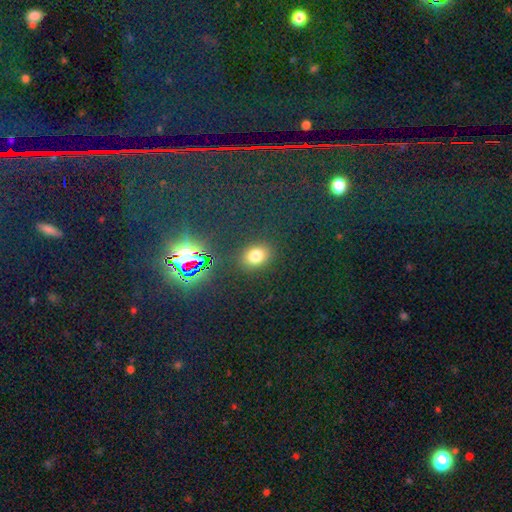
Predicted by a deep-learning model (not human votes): Overall: smooth (72%). How rounded: in between (54%; round 45%). Merging: none (86%).